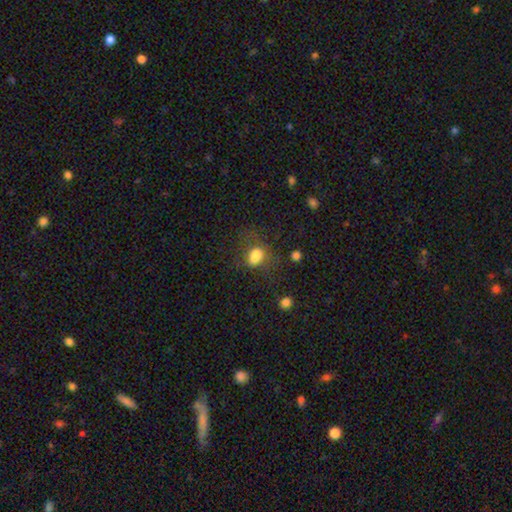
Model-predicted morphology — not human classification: Overall: smooth (78%). How rounded: in between (77%). Merging: none (50%; minor disturbance 24%).